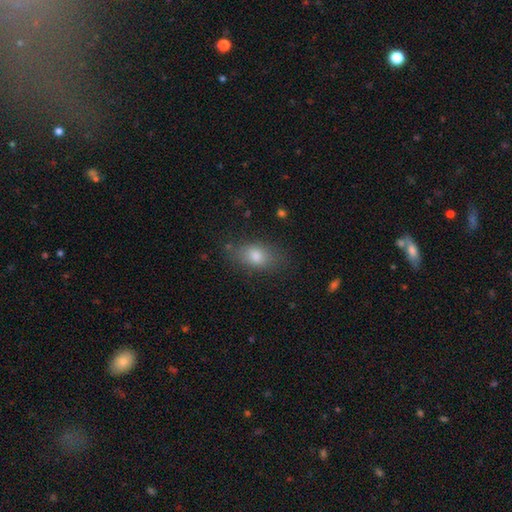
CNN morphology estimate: Q: Smooth or featured?
A: smooth (78%); runner-up: featured or disk (12%)
Q: How rounded?
A: in between (83%); runner-up: round (13%)
Q: Merging?
A: none (79%); runner-up: minor disturbance (15%)